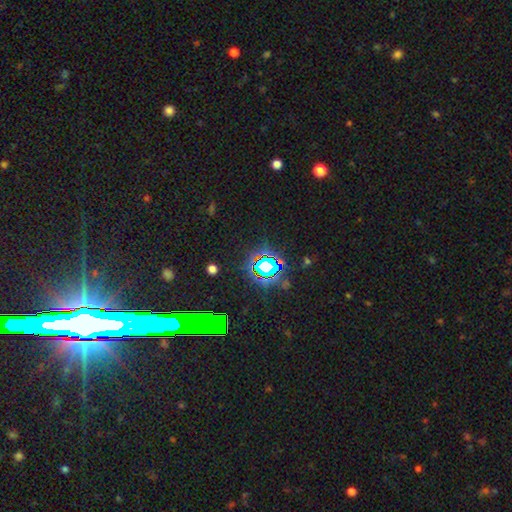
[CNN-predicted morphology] Smooth or featured? star or artifact (76%)